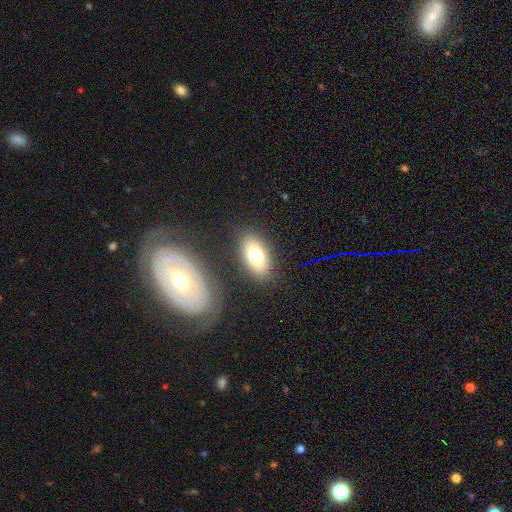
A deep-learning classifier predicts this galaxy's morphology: Smooth or featured? Predicted: smooth (p=0.72). How rounded? Predicted: in between (p=0.88). Merging? Predicted: none (p=0.83).